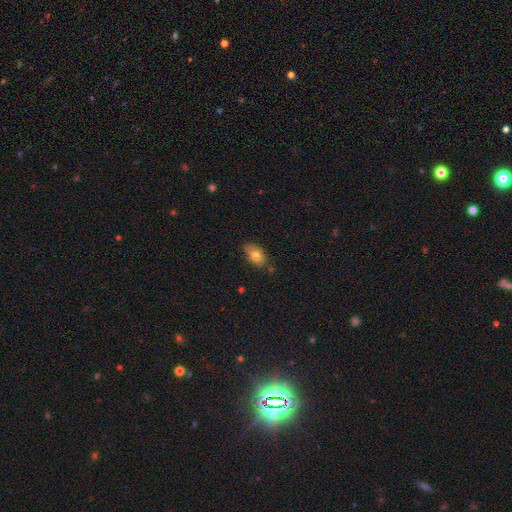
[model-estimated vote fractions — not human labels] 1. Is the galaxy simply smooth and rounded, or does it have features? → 78% smooth, 14% featured or disk, 8% star or artifact.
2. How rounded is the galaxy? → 89% in between, 9% round, 2% cigar-shaped.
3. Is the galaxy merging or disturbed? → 73% none, 21% minor disturbance, 3% major disturbance, 3% merger.